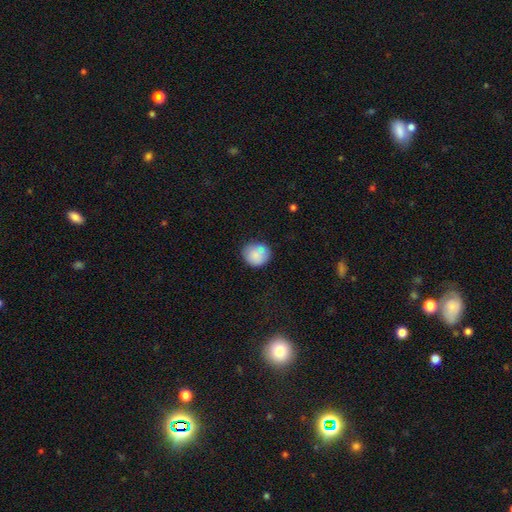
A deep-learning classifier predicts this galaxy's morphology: Smooth or featured? smooth (81%)
How rounded? round (79%)
Merging? none (63%)